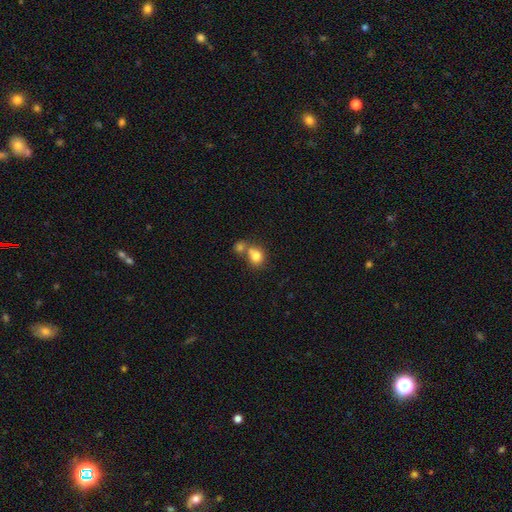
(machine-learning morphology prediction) The model was most divided on "merging": merger: 48%, none: 39%, minor disturbance: 9%, major disturbance: 4%. More confident: smooth or featured — smooth (80%); how rounded — round (64%).